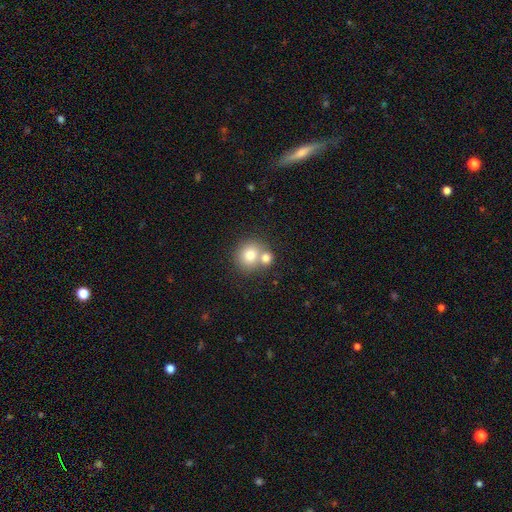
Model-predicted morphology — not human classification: Smooth or featured? Predicted: smooth (p=0.73). How rounded? Predicted: round (p=0.88). Merging? Predicted: none (p=0.54).